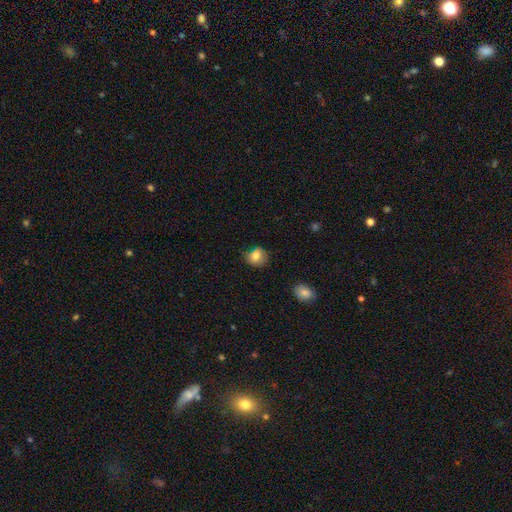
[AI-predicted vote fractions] Morphology: type=smooth (81%); roundness=round (73%); merging=none (67%).